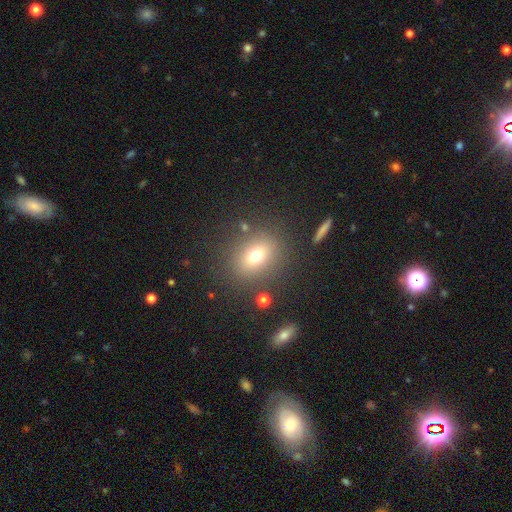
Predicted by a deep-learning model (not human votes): smooth 70%, star or artifact 16%, featured or disk 14%. Down the decision tree: how rounded — round (54%); merging — none (81%).